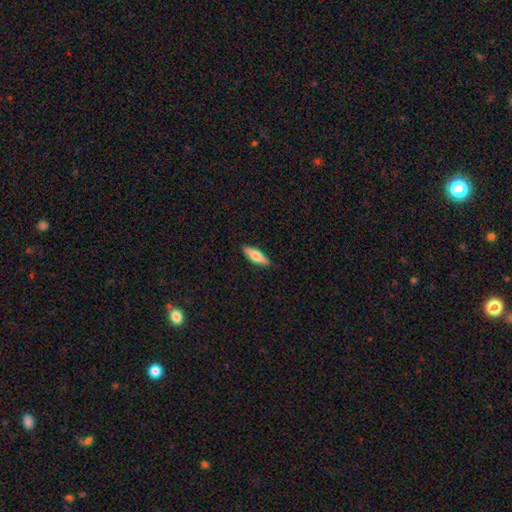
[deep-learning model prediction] A smooth galaxy with no disk features (64%) that is in between round and cigar-shaped (51%). Merging: none (89%).